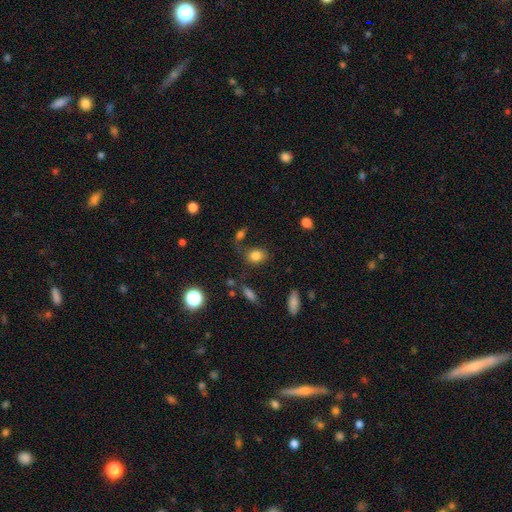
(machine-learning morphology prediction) smooth 82%, star or artifact 12%, featured or disk 7%. Down the decision tree: how rounded — in between (57%); merging — none (67%).